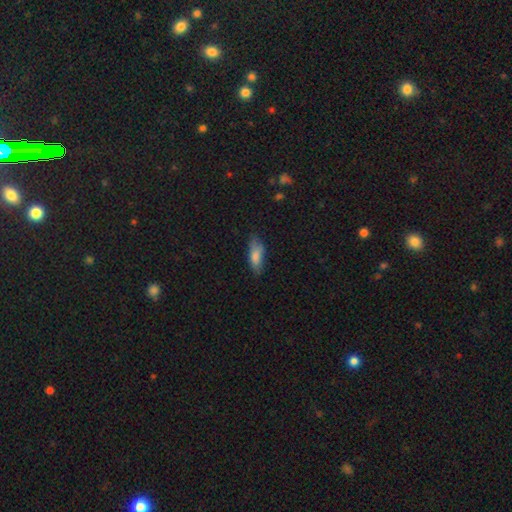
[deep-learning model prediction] The model was most divided on "how rounded": in between: 64%, cigar-shaped: 33%, round: 2%. More confident: smooth or featured — smooth (80%); merging — none (68%).